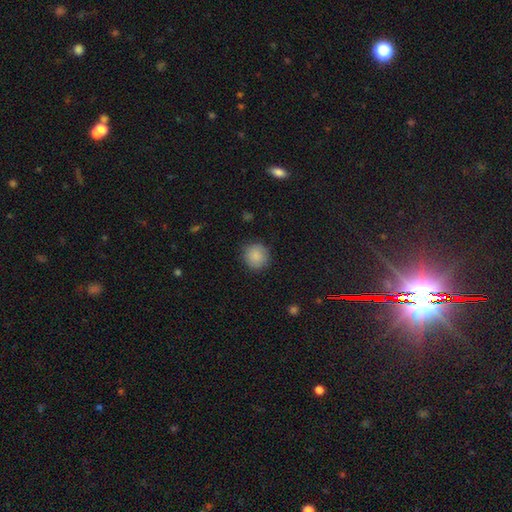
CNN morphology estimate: smooth 87%, star or artifact 8%, featured or disk 4%. Down the decision tree: how rounded — round (90%); merging — none (87%).